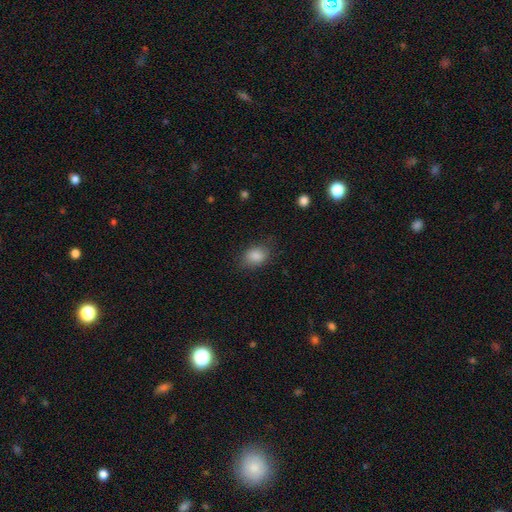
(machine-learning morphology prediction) smooth 86%, star or artifact 8%, featured or disk 5%. Down the decision tree: how rounded — in between (73%); merging — none (77%).